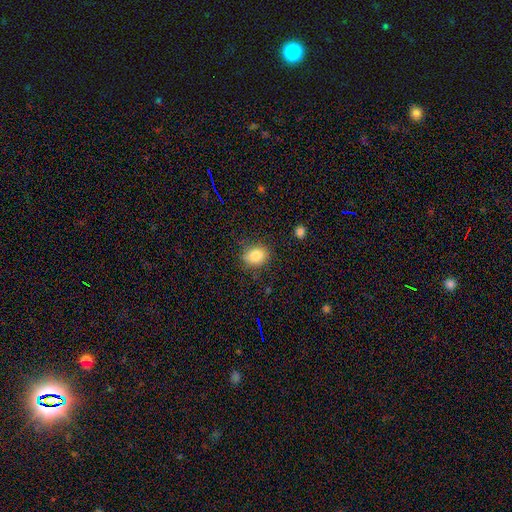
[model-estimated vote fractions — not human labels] smooth_or_featured: smooth (p=0.84) [alt: star or artifact p=0.09]
how_rounded: in between (p=0.53) [alt: round p=0.45]
merging: none (p=0.81) [alt: minor disturbance p=0.14]